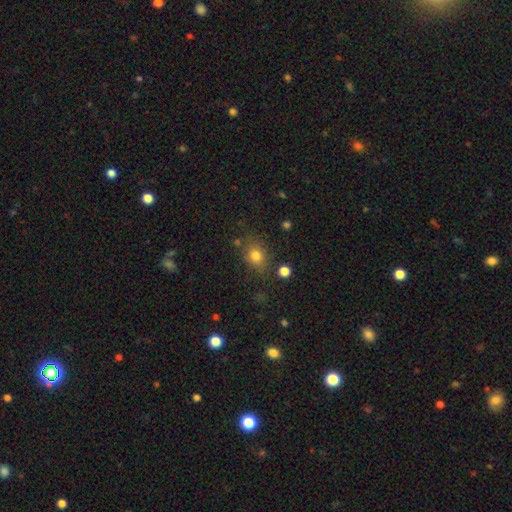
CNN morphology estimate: Q: Smooth or featured?
A: smooth (78%); runner-up: star or artifact (13%)
Q: How rounded?
A: round (53%); runner-up: in between (46%)
Q: Merging?
A: none (73%); runner-up: minor disturbance (16%)